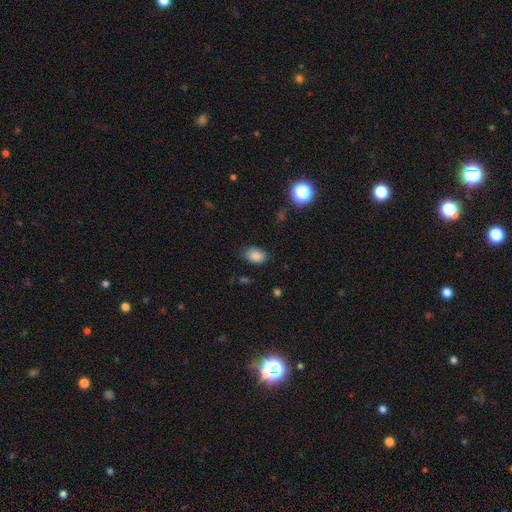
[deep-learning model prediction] smooth-or-featured: smooth: 86% | star or artifact: 10% | featured or disk: 5%
  how-rounded: in between: 78% | round: 20% | cigar-shaped: 1%
  merging: none: 78% | minor disturbance: 17% | major disturbance: 4% | merger: 1%